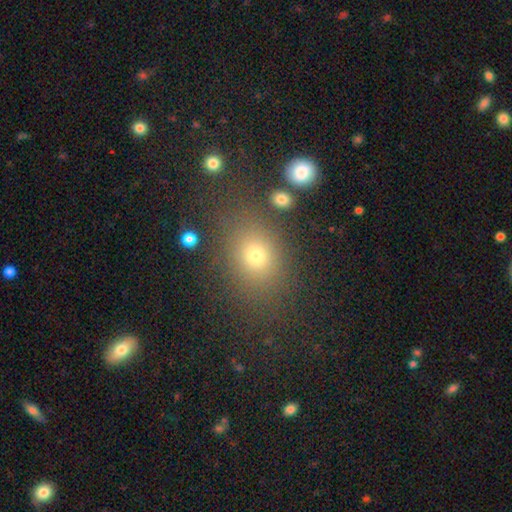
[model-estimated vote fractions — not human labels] smooth 68%, star or artifact 21%, featured or disk 11%. Down the decision tree: how rounded — in between (55%); merging — none (80%).